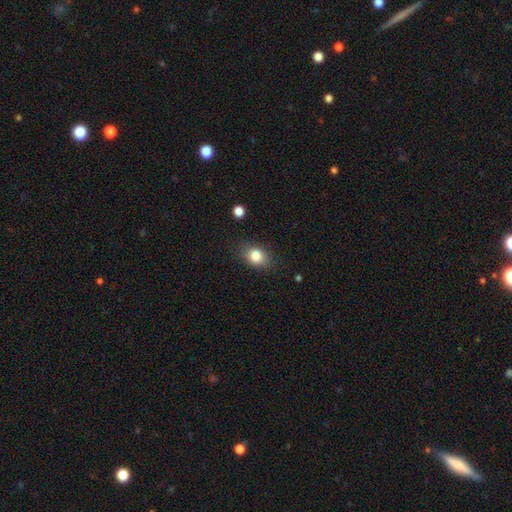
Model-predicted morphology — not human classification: Smooth or featured?
  - smooth: 82% *
  - star or artifact: 9%
  - featured or disk: 8%
How rounded?
  - in between: 70% *
  - round: 28%
  - cigar-shaped: 1%
Merging?
  - none: 81% *
  - minor disturbance: 14%
  - major disturbance: 4%
  - merger: 1%